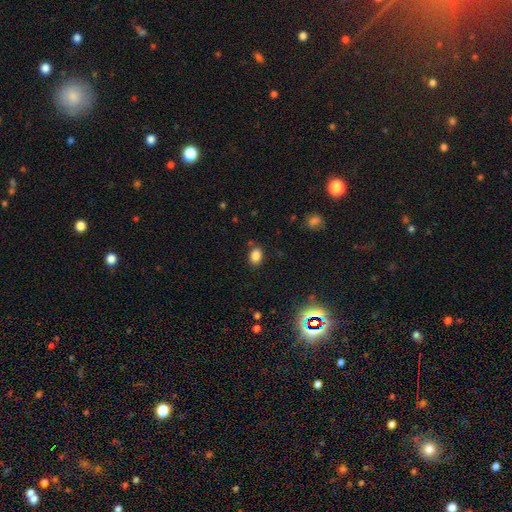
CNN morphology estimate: Smooth or featured? Predicted: smooth (p=0.84). How rounded? Predicted: in between (p=0.77). Merging? Predicted: none (p=0.82).